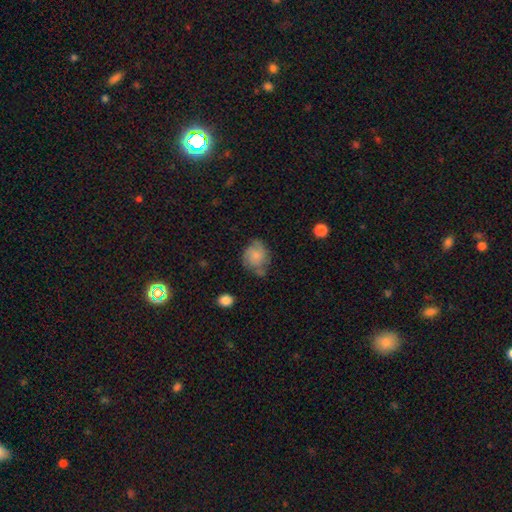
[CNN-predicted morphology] Smooth or featured?
  - smooth: 61% *
  - featured or disk: 30%
  - star or artifact: 9%
How rounded?
  - round: 63% *
  - in between: 36%
  - cigar-shaped: 1%
Merging?
  - none: 48% *
  - minor disturbance: 32%
  - major disturbance: 13%
  - merger: 6%